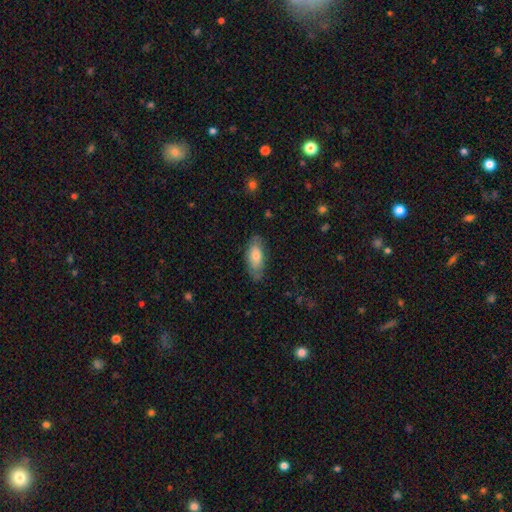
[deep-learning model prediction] A smooth galaxy with no disk features (70%) that is in between round and cigar-shaped (85%). Merging: none (74%).